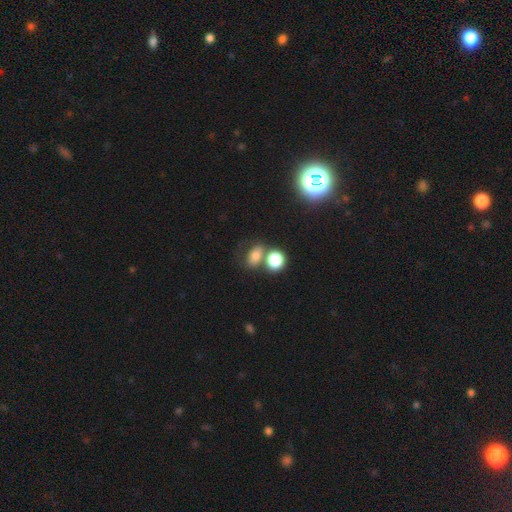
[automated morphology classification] Smooth or featured: smooth — 73% (featured or disk — 14%)
How rounded: in between — 63% (round — 35%)
Merging: none — 42% (merger — 38%)